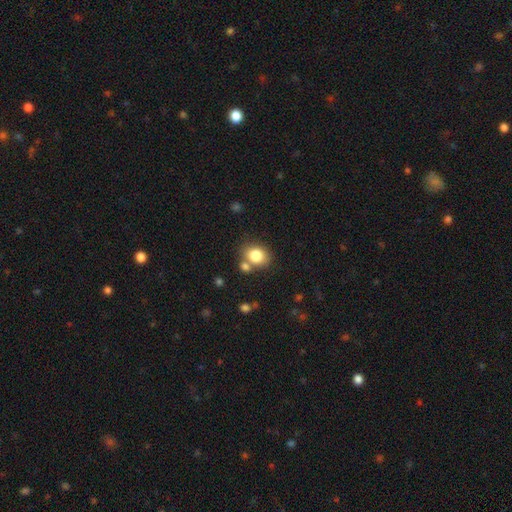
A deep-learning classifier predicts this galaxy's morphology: This is clearly a smooth galaxy (82%). How rounded: possibly round (55%). Merging: likely none (62%).